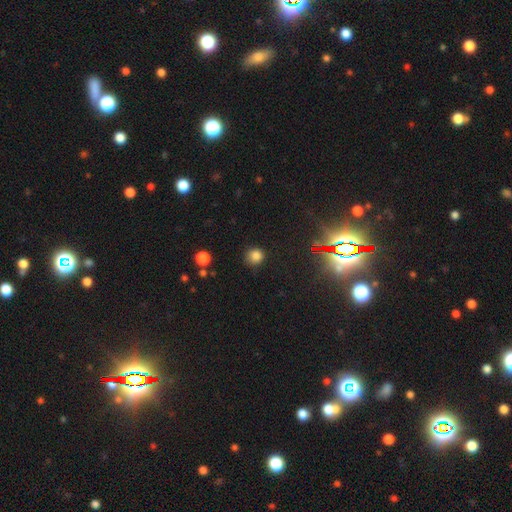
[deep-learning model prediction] This appears to be a smooth galaxy with no disk features (79%) that is round (88%). Merging: none (82%).